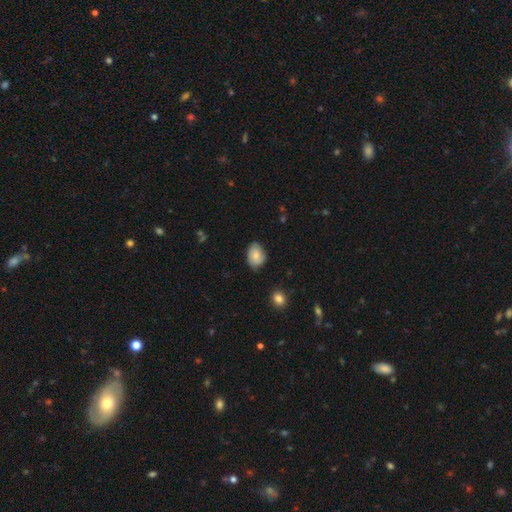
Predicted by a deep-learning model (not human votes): Smooth or featured: smooth — 71% (featured or disk — 21%)
How rounded: in between — 72% (round — 27%)
Merging: none — 75% (minor disturbance — 20%)